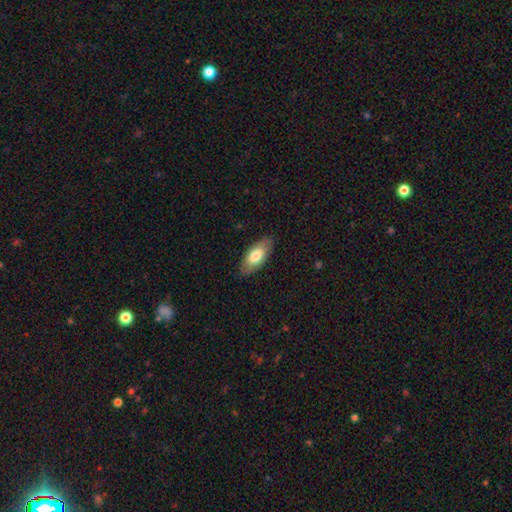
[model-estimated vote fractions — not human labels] Smooth or featured? smooth (72%)
How rounded? in between (87%)
Merging? none (85%)